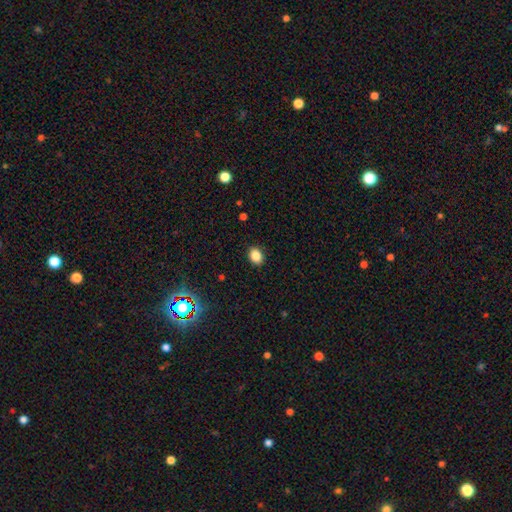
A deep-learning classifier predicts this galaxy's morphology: A smooth galaxy with no disk features (86%) that is in between round and cigar-shaped (64%). Merging: none (90%).